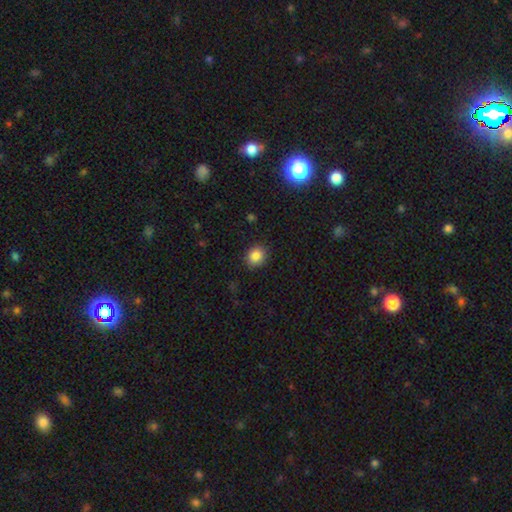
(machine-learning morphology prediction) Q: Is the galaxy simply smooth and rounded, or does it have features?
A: smooth — 85%.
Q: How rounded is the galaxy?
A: round — 69%.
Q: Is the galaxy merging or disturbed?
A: none — 89%.